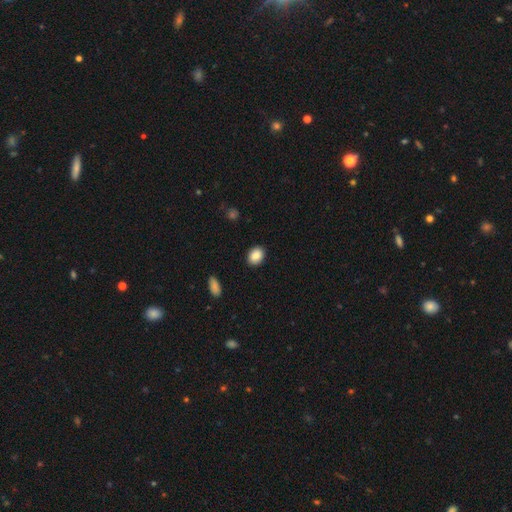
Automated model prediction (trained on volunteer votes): Q: Smooth or featured?
A: smooth (87%); runner-up: star or artifact (8%)
Q: How rounded?
A: in between (57%); runner-up: round (42%)
Q: Merging?
A: none (90%); runner-up: minor disturbance (7%)